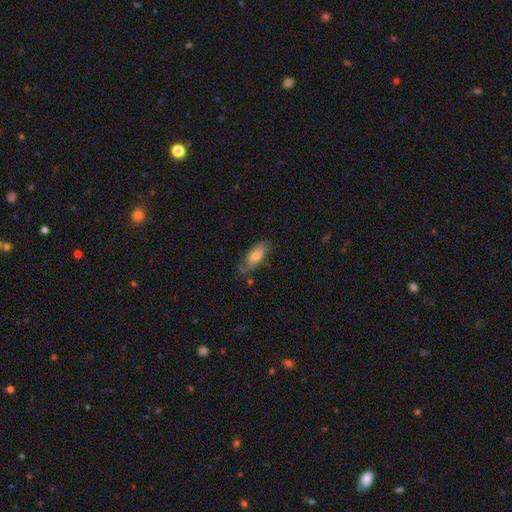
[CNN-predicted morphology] Overall: smooth (66%; featured or disk 27%). How rounded: in between (74%). Merging: none (62%; minor disturbance 26%).